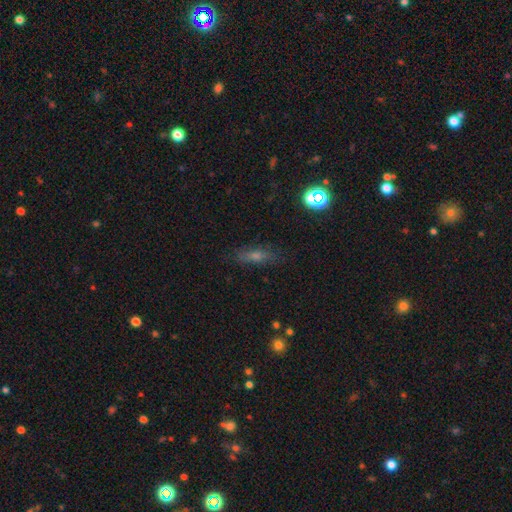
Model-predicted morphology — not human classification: smooth-or-featured: smooth: 47% | featured or disk: 33% | star or artifact: 20%
  merging: none: 82% | minor disturbance: 13% | major disturbance: 4% | merger: 2%